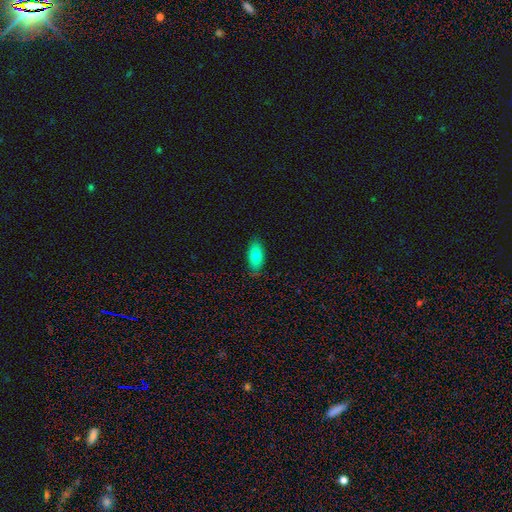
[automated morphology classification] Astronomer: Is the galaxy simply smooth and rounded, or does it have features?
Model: smooth — 79%.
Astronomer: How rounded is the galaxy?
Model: in between — 89%.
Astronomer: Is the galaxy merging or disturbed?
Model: none — 82%.